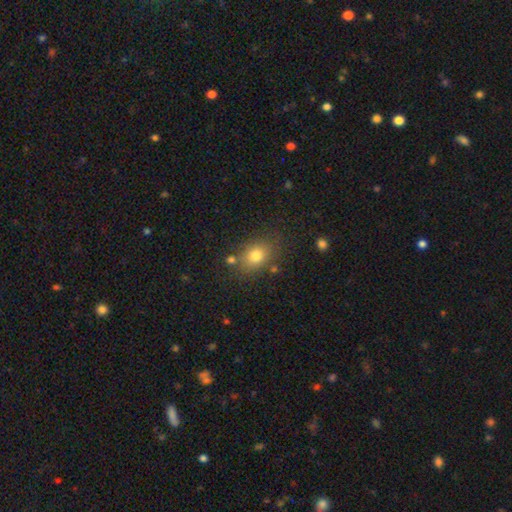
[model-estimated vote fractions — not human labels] Overall: smooth (78%). How rounded: in between (66%; round 32%). Merging: none (75%).